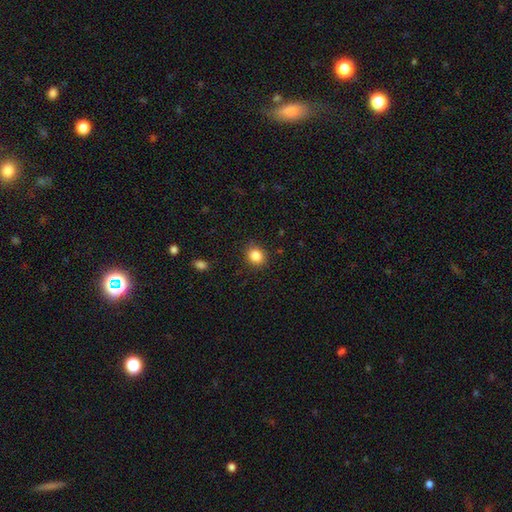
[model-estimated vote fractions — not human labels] Q: Smooth or featured?
A: smooth (85%); runner-up: star or artifact (10%)
Q: How rounded?
A: round (74%); runner-up: in between (25%)
Q: Merging?
A: none (88%); runner-up: minor disturbance (9%)